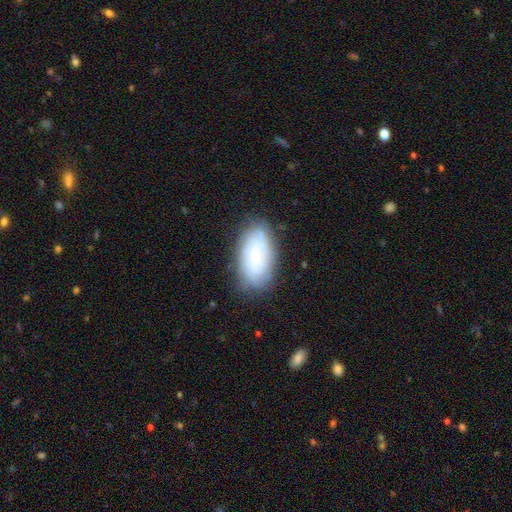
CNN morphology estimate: smooth_or_featured: smooth (p=0.47) [alt: featured or disk p=0.43]
merging: none (p=0.77) [alt: minor disturbance p=0.17]